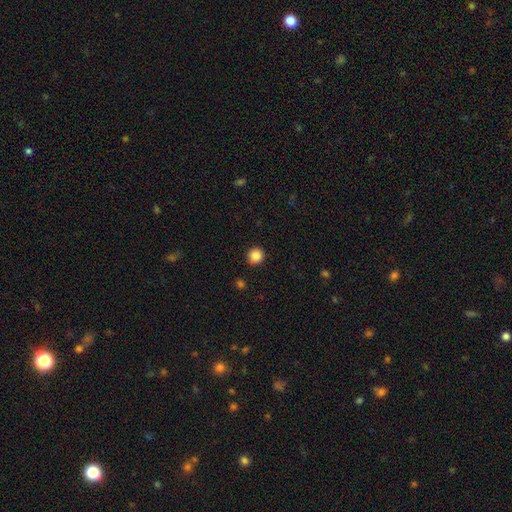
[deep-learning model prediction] smooth-or-featured: smooth: 87% | star or artifact: 10% | featured or disk: 3%
  how-rounded: round: 93% | in between: 6% | cigar-shaped: 1%
  merging: none: 91% | minor disturbance: 6% | major disturbance: 2% | merger: 1%